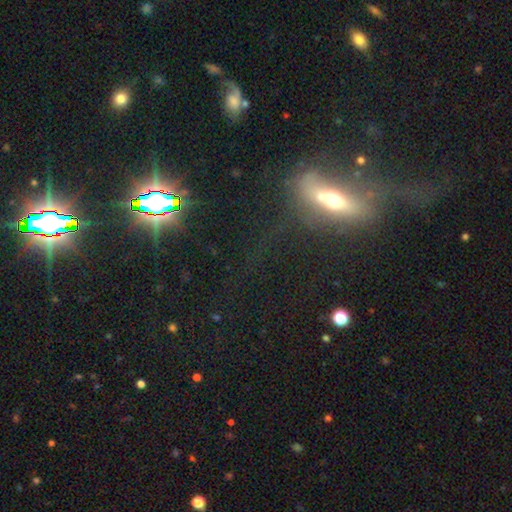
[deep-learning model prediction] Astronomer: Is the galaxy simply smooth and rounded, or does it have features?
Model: star or artifact — 47% (runner-up: featured or disk, 27%).